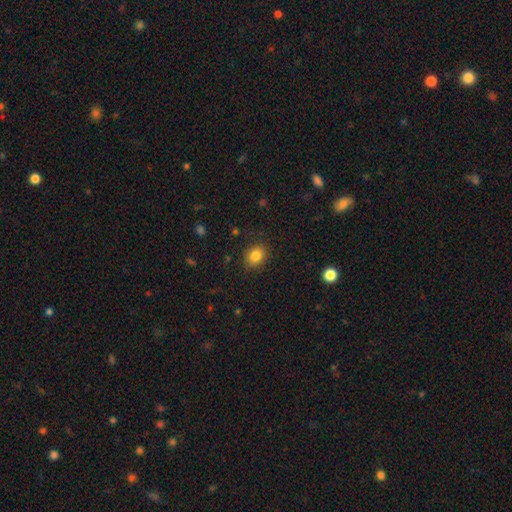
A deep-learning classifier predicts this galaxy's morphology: Smooth or featured? Predicted: smooth (p=0.83). How rounded? Predicted: round (p=0.53). Merging? Predicted: none (p=0.85).